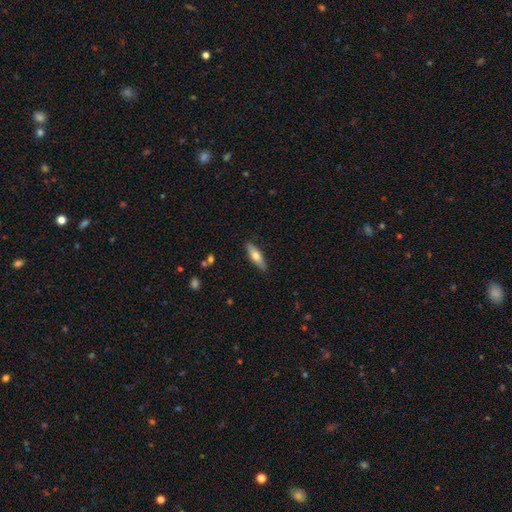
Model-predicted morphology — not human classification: A smooth galaxy with no disk features (60%) that is cigar-shaped (53%).

Vote fractions:
- Smooth or featured? smooth: 60% / featured or disk: 34% / star or artifact: 6%
- How rounded? cigar-shaped: 53% / in between: 45% / round: 2%
- Merging? none: 88% / minor disturbance: 9% / major disturbance: 2% / merger: 1%